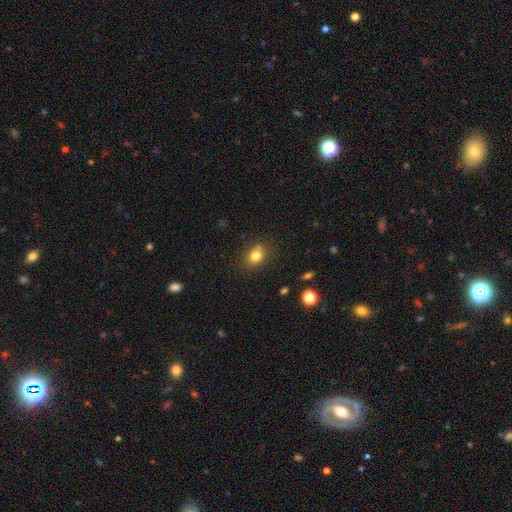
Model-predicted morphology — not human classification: Smooth or featured: smooth — 79% (star or artifact — 13%)
How rounded: round — 54% (in between — 45%)
Merging: none — 71% (minor disturbance — 16%)